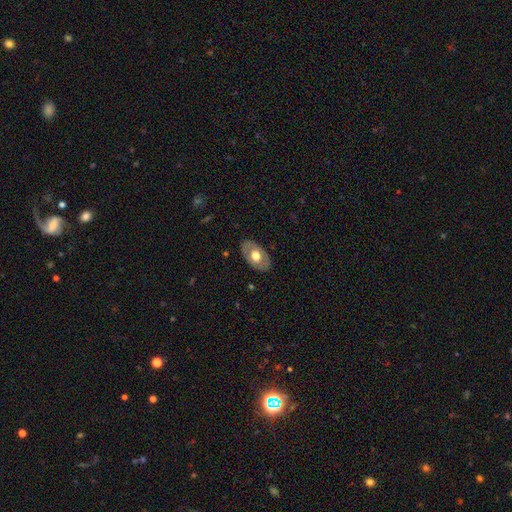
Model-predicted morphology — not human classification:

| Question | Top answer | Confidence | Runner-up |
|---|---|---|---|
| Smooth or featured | smooth | 51% | featured or disk (43%) |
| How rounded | in between | 88% | round (11%) |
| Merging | none | 83% | minor disturbance (13%) |